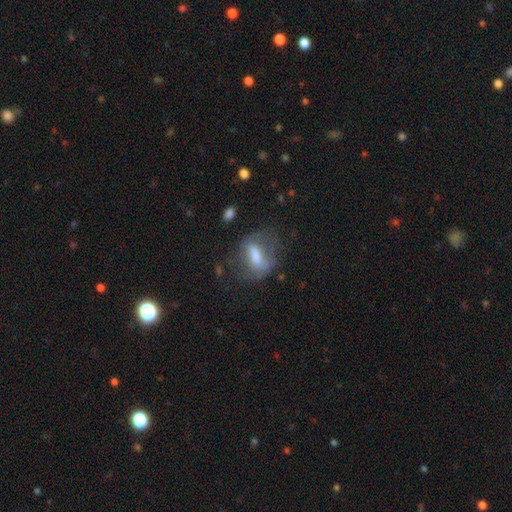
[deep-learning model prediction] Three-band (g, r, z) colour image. It shows a smooth galaxy with no disk features (52%) that is in between round and cigar-shaped (70%). Merging: none (47%).